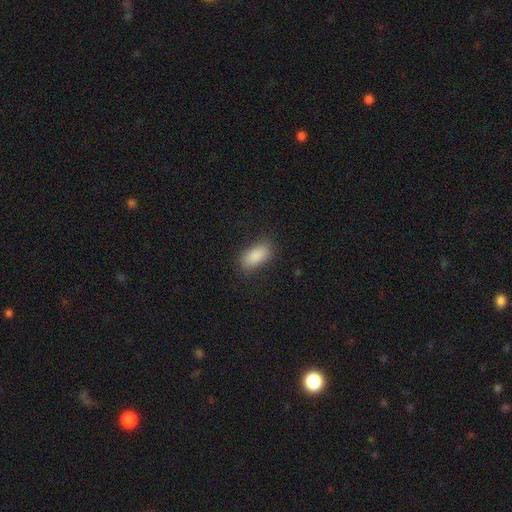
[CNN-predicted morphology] smooth-or-featured: smooth: 88% | star or artifact: 7% | featured or disk: 5%
  how-rounded: in between: 90% | cigar-shaped: 7% | round: 3%
  merging: none: 84% | minor disturbance: 11% | major disturbance: 3% | merger: 1%